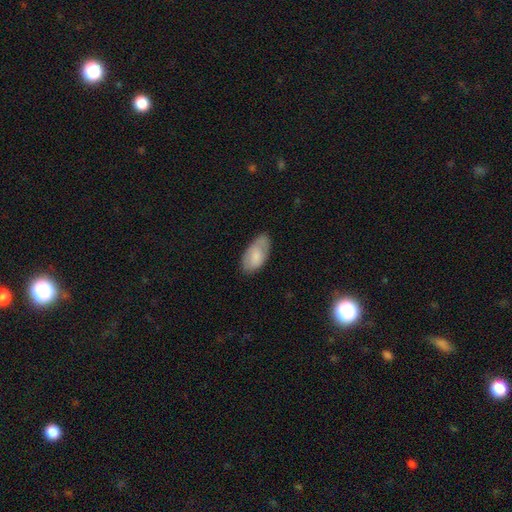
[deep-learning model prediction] smooth_or_featured: smooth (p=0.77) [alt: featured or disk p=0.17]
how_rounded: in between (p=0.94) [alt: cigar-shaped p=0.03]
merging: none (p=0.66) [alt: minor disturbance p=0.26]